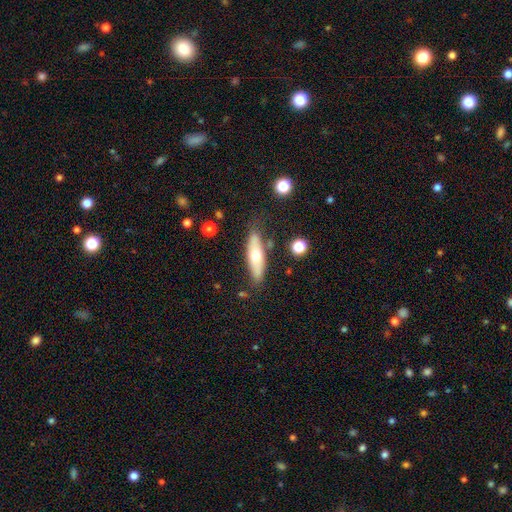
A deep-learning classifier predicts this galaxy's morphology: Overall: smooth (58%; featured or disk 35%). How rounded: cigar-shaped (54%; in between 44%). Merging: none (74%).